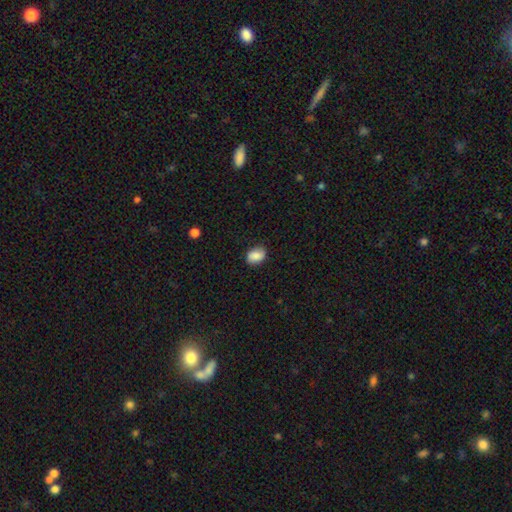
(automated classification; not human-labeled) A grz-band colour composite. It shows a smooth galaxy with no disk features (84%) that is in between round and cigar-shaped (73%). Merging: none (80%).